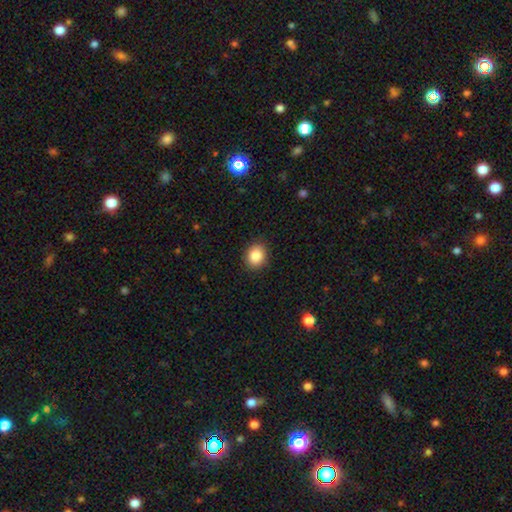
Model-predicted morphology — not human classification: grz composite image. It shows a smooth galaxy with no disk features (86%) that is round (65%). Merging: none (89%).